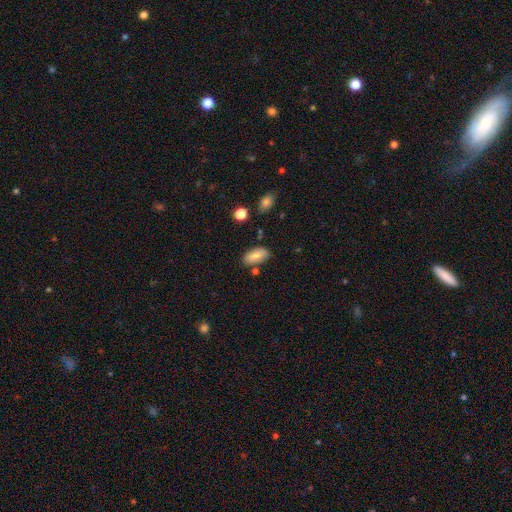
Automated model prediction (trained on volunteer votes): Smooth or featured? Predicted: smooth (p=0.83). How rounded? Predicted: in between (p=0.90). Merging? Predicted: none (p=0.77).